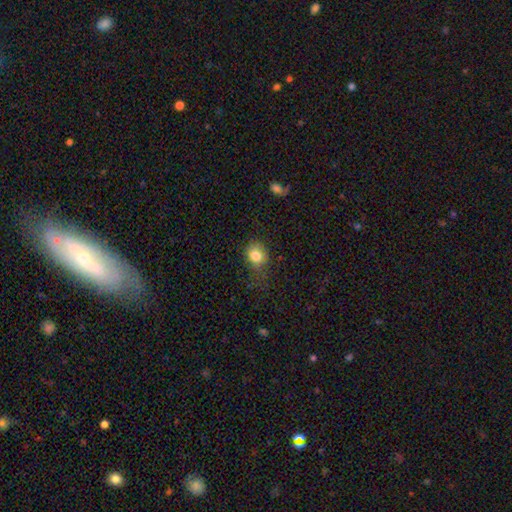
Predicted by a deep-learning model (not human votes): The model was most divided on "how rounded": round: 66%, in between: 33%, cigar-shaped: 1%. More confident: smooth or featured — smooth (83%); merging — none (61%).